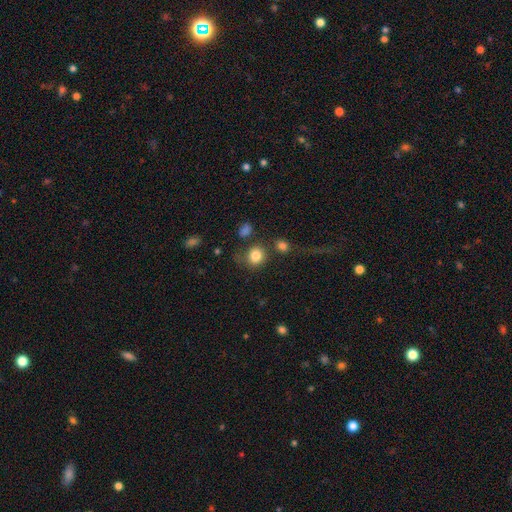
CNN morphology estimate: type=smooth (84%); roundness=round (79%); merging=none (66%).